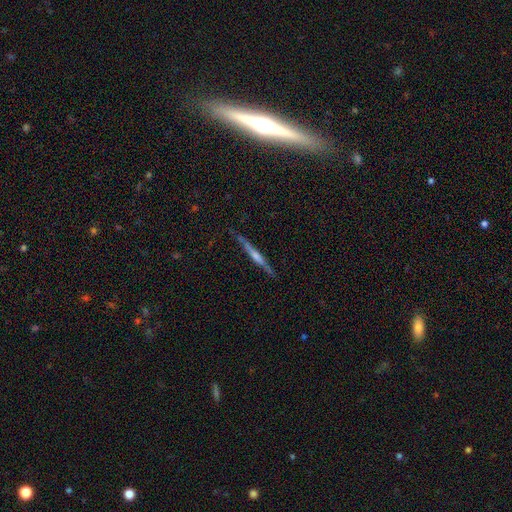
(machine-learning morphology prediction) This is likely a featured or disk galaxy (67%). It is clearly viewed edge-on (97%). Edge-on bulge: marginally rounded (42%). Merging: clearly none (83%).